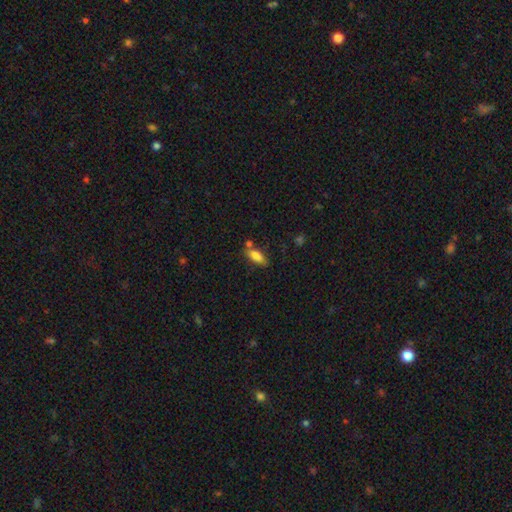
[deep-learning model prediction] Smooth or featured? Predicted: smooth (p=0.83). How rounded? Predicted: in between (p=0.79). Merging? Predicted: none (p=0.63).